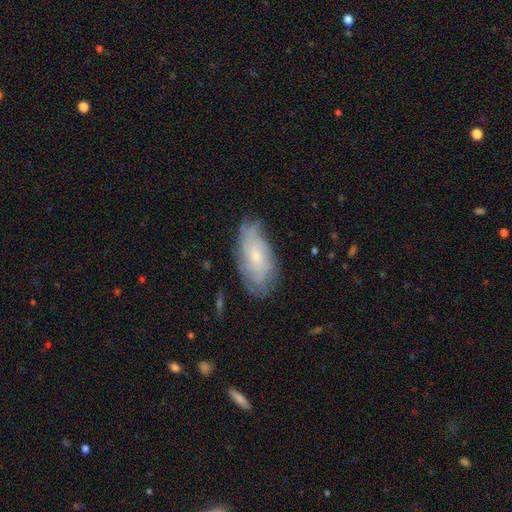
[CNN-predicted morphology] Q: Smooth or featured?
A: featured or disk (57%); runner-up: smooth (36%)
Q: Edge-on disk?
A: no (89%); runner-up: yes (11%)
Q: Bar?
A: no (74%); runner-up: weak (22%)
Q: Spiral arms?
A: yes (80%); runner-up: no (20%)
Q: Bulge size?
A: small (63%); runner-up: moderate (32%)
Q: Merging?
A: none (70%); runner-up: minor disturbance (23%)